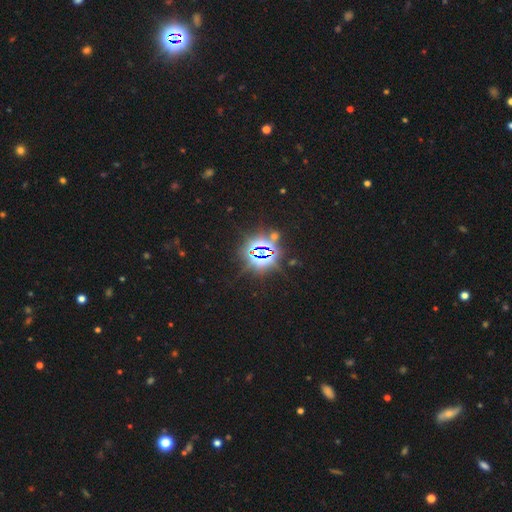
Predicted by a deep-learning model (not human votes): Morphology: type=star or artifact (83%).